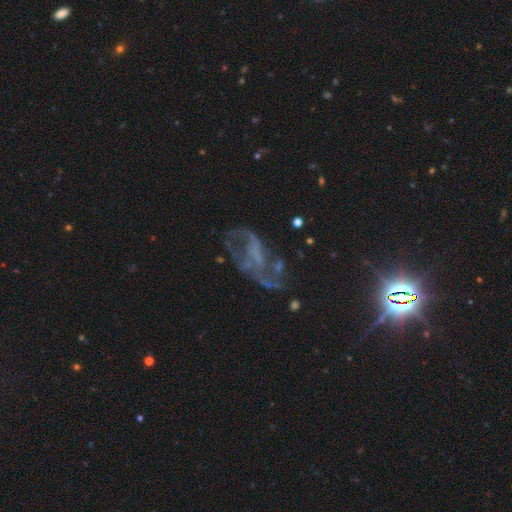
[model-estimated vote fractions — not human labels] The model was most divided on "merging" (2-way tie): none: 38%, major disturbance: 38%, minor disturbance: 18%, merger: 6%. More confident: edge-on disk — no (95%); bulge size — none (73%); smooth or featured — featured or disk (65%); spiral arms — yes (63%); bar — no (58%).